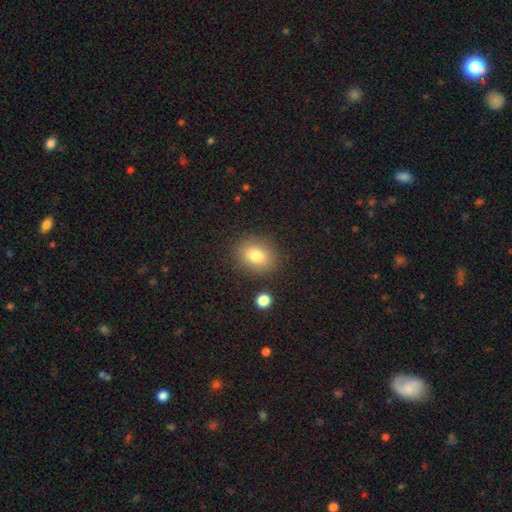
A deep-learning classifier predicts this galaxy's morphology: Overall: smooth (81%). How rounded: in between (50%; round 49%). Merging: none (85%).